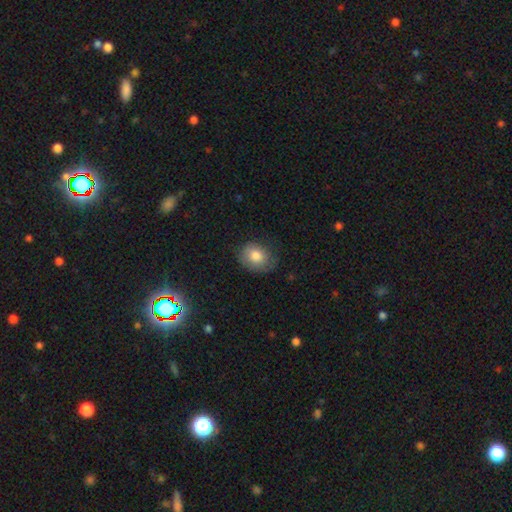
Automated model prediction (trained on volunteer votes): Smooth or featured?
  - smooth: 79% *
  - featured or disk: 14%
  - star or artifact: 8%
How rounded?
  - round: 56% *
  - in between: 44%
  - cigar-shaped: 1%
Merging?
  - none: 67% *
  - minor disturbance: 24%
  - major disturbance: 8%
  - merger: 1%